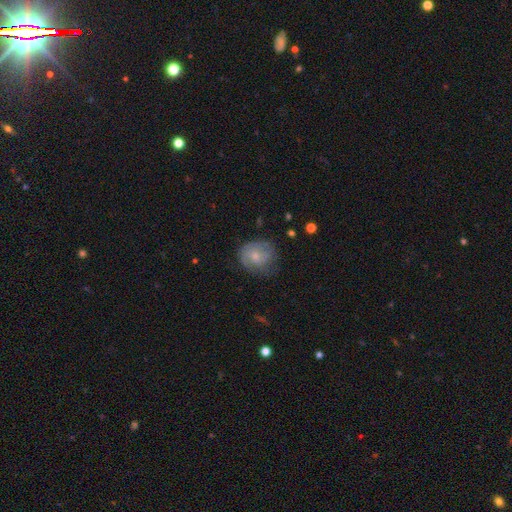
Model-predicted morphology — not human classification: Smooth or featured? smooth (48%)
Merging? none (59%)